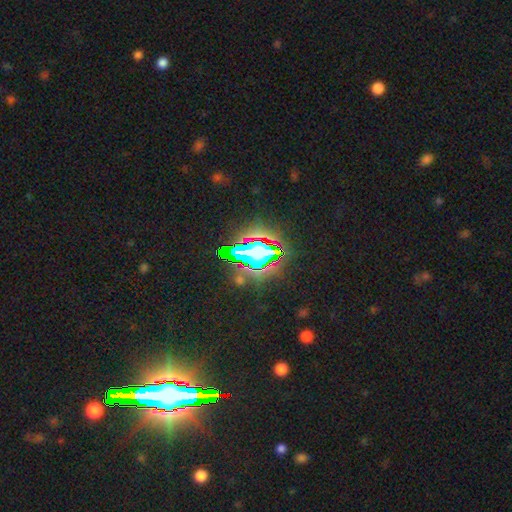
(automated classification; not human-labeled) smooth_or_featured: star or artifact (p=0.85) [alt: featured or disk p=0.08]